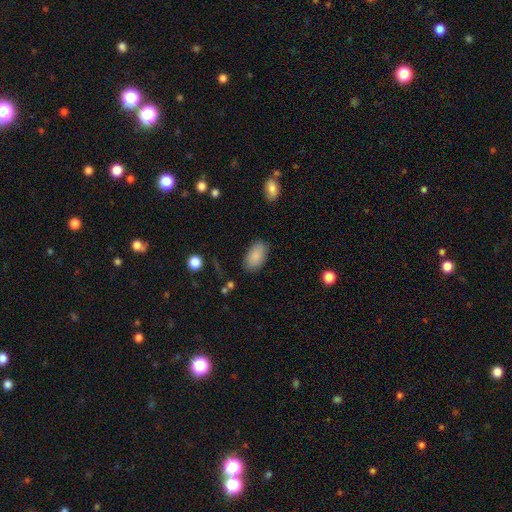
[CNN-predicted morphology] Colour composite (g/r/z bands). It shows a smooth galaxy with no disk features (88%) that is in between round and cigar-shaped (94%). Merging: none (83%).